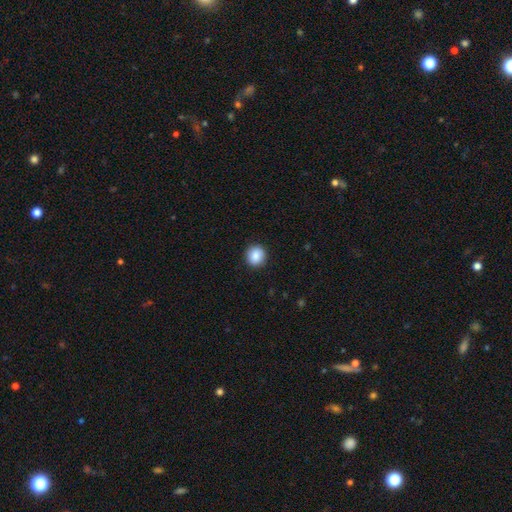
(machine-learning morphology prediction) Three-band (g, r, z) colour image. It shows a smooth galaxy with no disk features (87%) that is round (87%). Merging: none (91%).